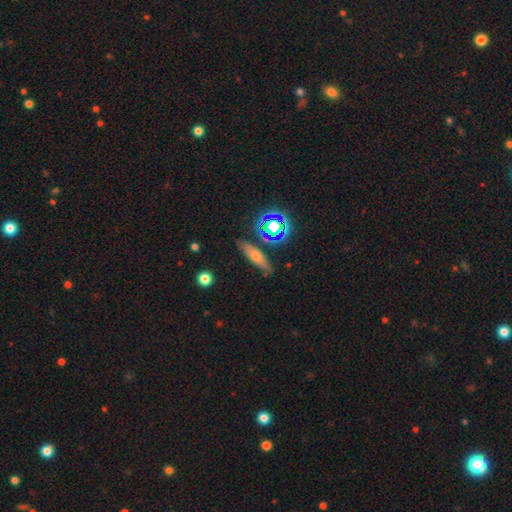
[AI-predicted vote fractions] This appears to be a smooth galaxy with no disk features (46%). Merging: none (81%).